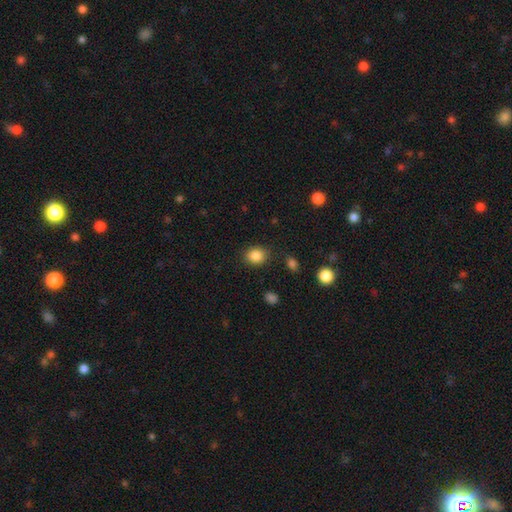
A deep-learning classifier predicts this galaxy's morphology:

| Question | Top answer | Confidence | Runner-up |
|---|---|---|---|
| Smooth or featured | smooth | 86% | star or artifact (10%) |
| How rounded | round | 66% | in between (33%) |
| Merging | none | 84% | minor disturbance (10%) |